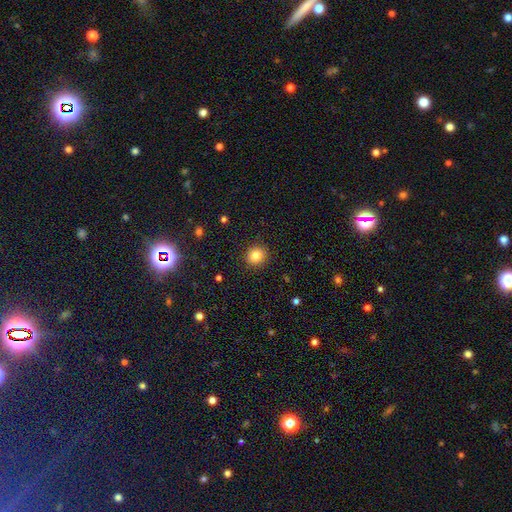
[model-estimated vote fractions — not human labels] This is clearly a smooth galaxy (82%). How rounded: clearly round (87%). Merging: clearly none (90%).